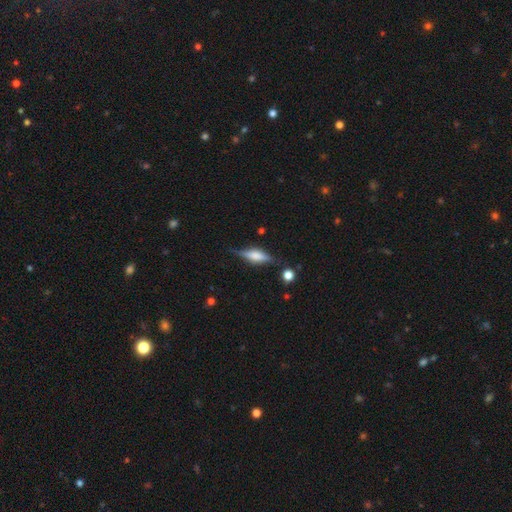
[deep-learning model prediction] The model was most divided on "edge-on bulge": rounded: 65%, boxy: 30%, none: 5%. More confident: edge-on disk — yes (95%); merging — none (78%); smooth or featured — featured or disk (64%).